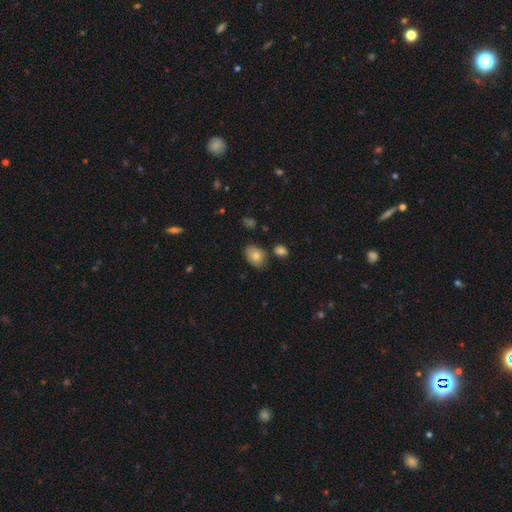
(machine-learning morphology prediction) smooth_or_featured: smooth (p=0.81) [alt: featured or disk p=0.11]
how_rounded: in between (p=0.76) [alt: round p=0.23]
merging: none (p=0.76) [alt: minor disturbance p=0.15]